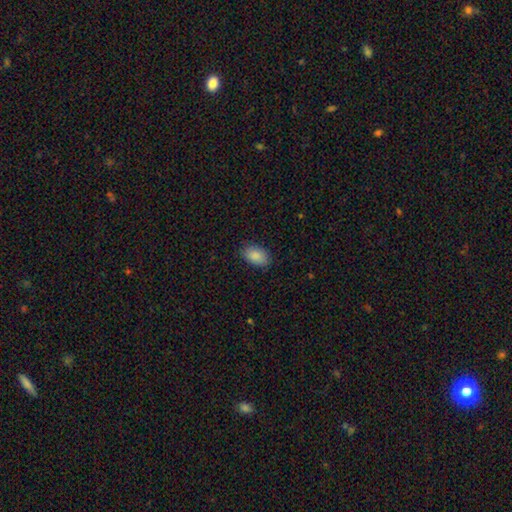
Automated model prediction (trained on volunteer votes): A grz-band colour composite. It shows a smooth galaxy with no disk features (89%) that is in between round and cigar-shaped (92%). Merging: none (86%).